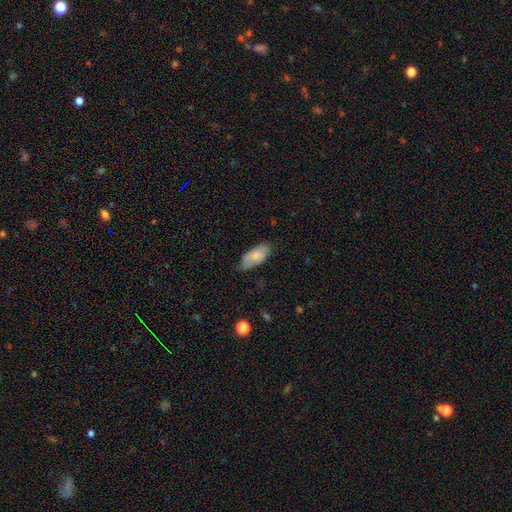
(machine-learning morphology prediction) Q: Smooth or featured?
A: smooth (78%); runner-up: featured or disk (16%)
Q: How rounded?
A: in between (88%); runner-up: cigar-shaped (10%)
Q: Merging?
A: none (72%); runner-up: minor disturbance (23%)